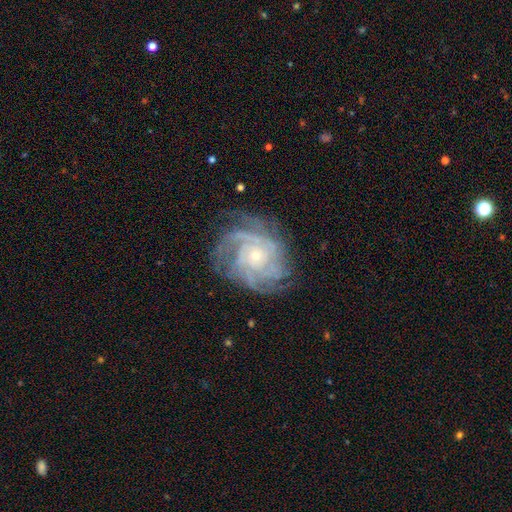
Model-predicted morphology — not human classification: Smooth or featured?
  - featured or disk: 87% *
  - star or artifact: 7%
  - smooth: 6%
Edge-on disk?
  - no: 97% *
  - yes: 3%
Bar?
  - no: 79% *
  - weak: 17%
  - strong: 4%
Spiral arms?
  - yes: 97% *
  - no: 3%
Spiral winding?
  - tight: 64% *
  - medium: 29%
  - loose: 7%
Spiral arm count?
  - 4: 27% *
  - can't tell: 24%
  - 3: 17%
  - more than 4: 14%
  - 2: 10%
  - 1: 7%
Bulge size?
  - small: 78% *
  - moderate: 17%
  - none: 2%
  - large: 2%
  - dominant: 1%
Merging?
  - none: 70% *
  - minor disturbance: 18%
  - major disturbance: 10%
  - merger: 1%